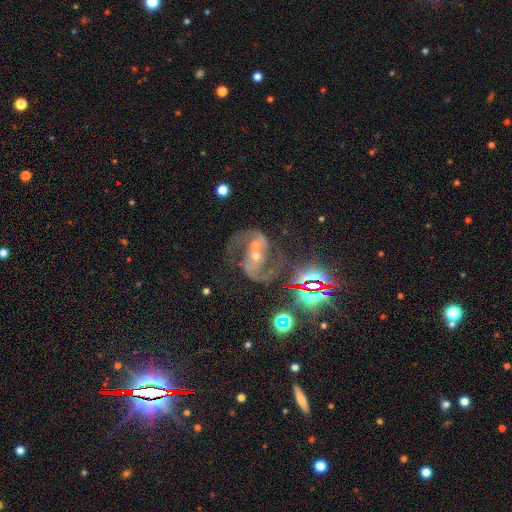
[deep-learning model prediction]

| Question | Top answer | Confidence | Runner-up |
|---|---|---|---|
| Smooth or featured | featured or disk | 81% | star or artifact (12%) |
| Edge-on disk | no | 97% | yes (3%) |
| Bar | no | 52% | weak (29%) |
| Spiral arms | yes | 93% | no (7%) |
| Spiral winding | medium | 52% | loose (33%) |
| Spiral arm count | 2 | 88% | 1 (5%) |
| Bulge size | moderate | 50% | small (42%) |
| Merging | merger | 42% | none (34%) |